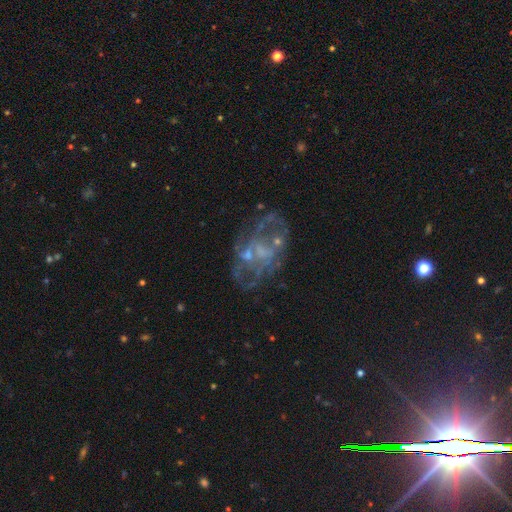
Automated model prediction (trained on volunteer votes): Q: Smooth or featured?
A: featured or disk (62%); runner-up: star or artifact (24%)
Q: Edge-on disk?
A: no (96%); runner-up: yes (4%)
Q: Bar?
A: no (76%); runner-up: weak (19%)
Q: Spiral arms?
A: no (60%); runner-up: yes (40%)
Q: Bulge size?
A: small (50%); runner-up: none (32%)
Q: Merging?
A: none (55%); runner-up: major disturbance (20%)